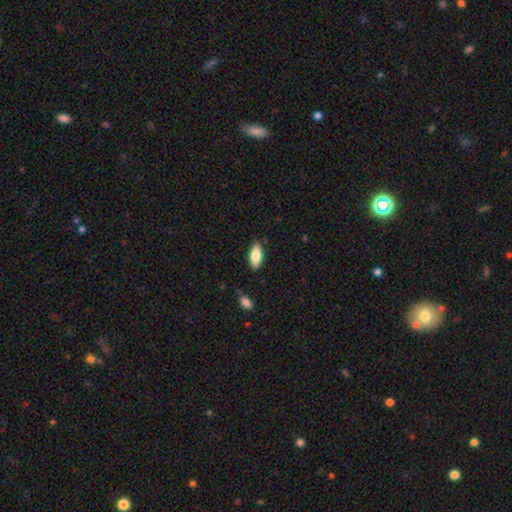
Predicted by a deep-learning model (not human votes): A smooth galaxy with no disk features (80%) that is in between round and cigar-shaped (85%).

Vote fractions:
- Smooth or featured? smooth: 80% / featured or disk: 14% / star or artifact: 6%
- How rounded? in between: 85% / cigar-shaped: 13% / round: 2%
- Merging? none: 83% / minor disturbance: 13% / major disturbance: 3% / merger: 2%